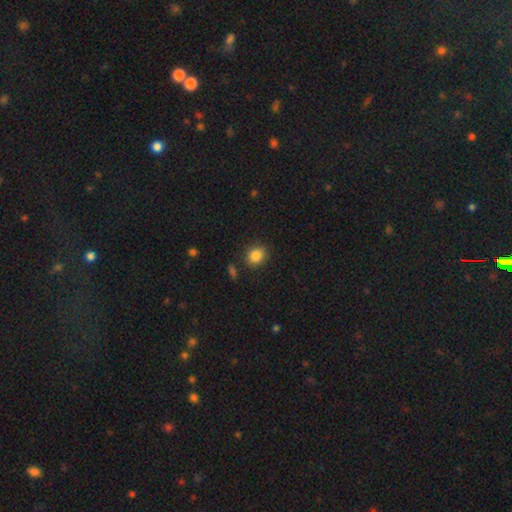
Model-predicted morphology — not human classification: Overall: smooth (85%). How rounded: round (70%). Merging: none (85%).